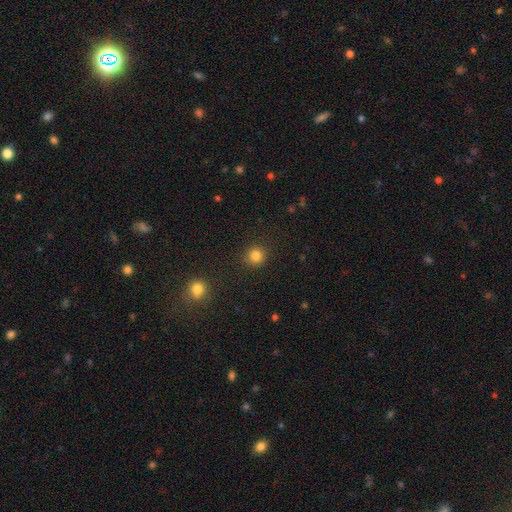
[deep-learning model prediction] A smooth galaxy with no disk features (84%) that is round (92%).

Vote fractions:
- Smooth or featured? smooth: 84% / star or artifact: 12% / featured or disk: 4%
- How rounded? round: 92% / in between: 7% / cigar-shaped: 1%
- Merging? none: 90% / minor disturbance: 6% / major disturbance: 2% / merger: 2%